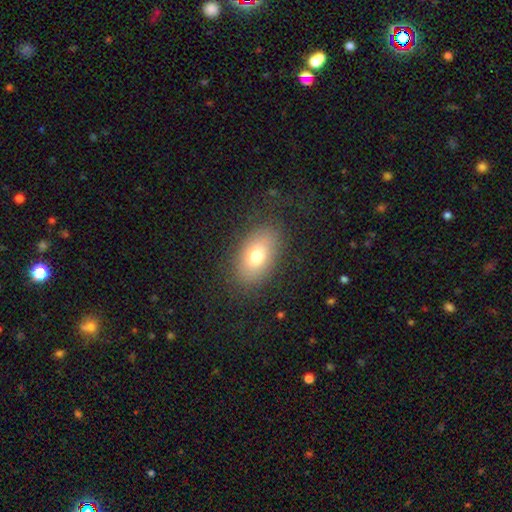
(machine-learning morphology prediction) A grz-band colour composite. It shows a smooth galaxy with no disk features (74%) that is in between round and cigar-shaped (87%). Merging: none (82%).